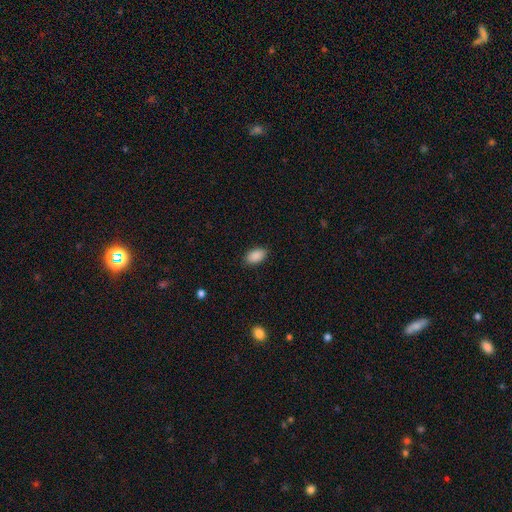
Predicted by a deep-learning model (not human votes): Smooth or featured? smooth (90%)
How rounded? in between (93%)
Merging? none (88%)